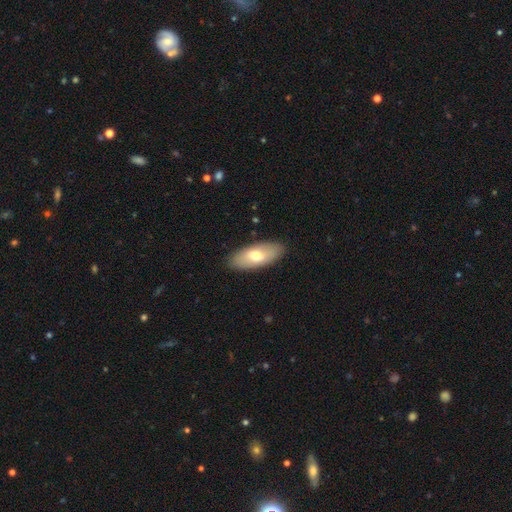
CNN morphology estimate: smooth-or-featured: smooth: 66% | featured or disk: 28% | star or artifact: 6%
  how-rounded: in between: 85% | cigar-shaped: 12% | round: 3%
  merging: none: 88% | minor disturbance: 9% | major disturbance: 2% | merger: 1%